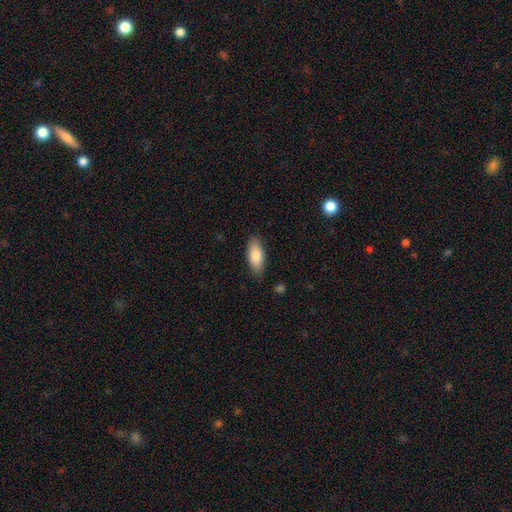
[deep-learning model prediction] Smooth or featured? Predicted: smooth (p=0.82). How rounded? Predicted: in between (p=0.84). Merging? Predicted: none (p=0.85).